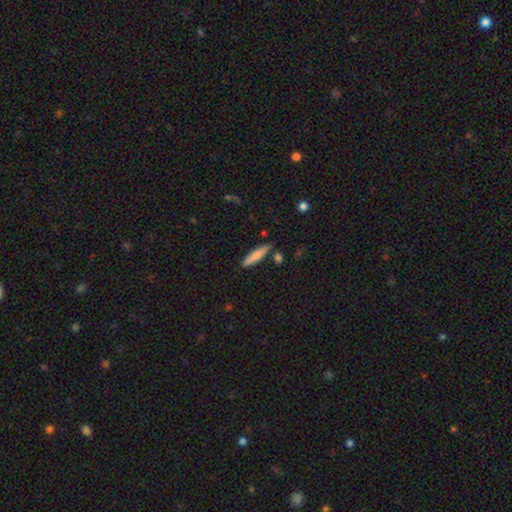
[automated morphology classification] smooth_or_featured: smooth (p=0.79) [alt: featured or disk p=0.15]
how_rounded: cigar-shaped (p=0.87) [alt: in between p=0.12]
merging: none (p=0.83) [alt: minor disturbance p=0.11]